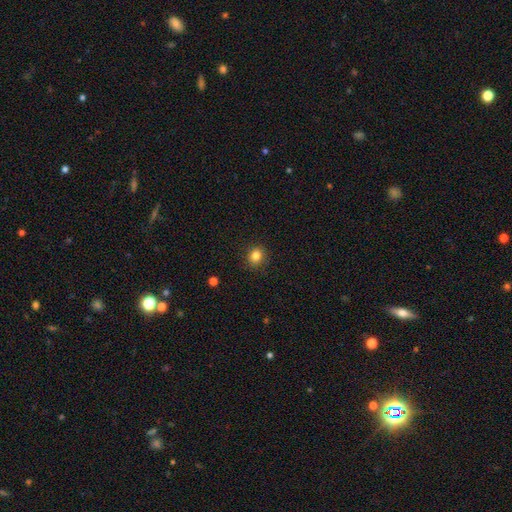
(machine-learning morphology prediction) Smooth or featured? Predicted: smooth (p=0.84). How rounded? Predicted: round (p=0.75). Merging? Predicted: none (p=0.88).